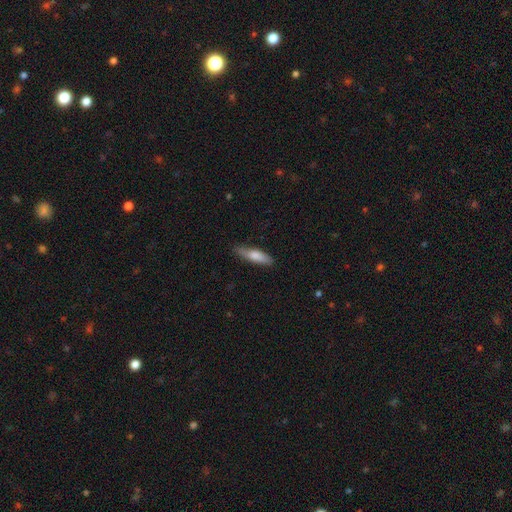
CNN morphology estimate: A smooth galaxy with no disk features (73%) that is cigar-shaped (69%).

Vote fractions:
- Smooth or featured? smooth: 73% / featured or disk: 22% / star or artifact: 5%
- How rounded? cigar-shaped: 69% / in between: 29% / round: 2%
- Merging? none: 82% / minor disturbance: 14% / major disturbance: 3% / merger: 1%